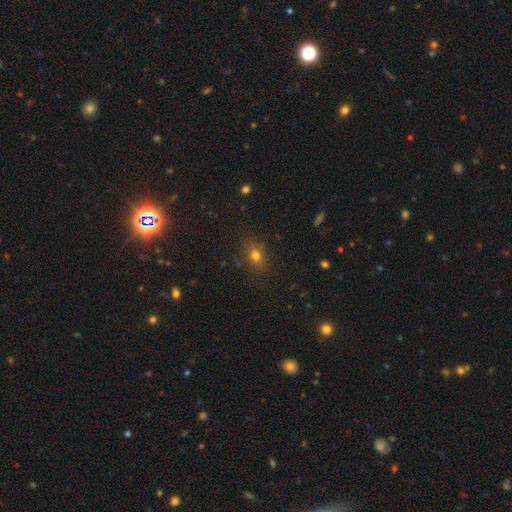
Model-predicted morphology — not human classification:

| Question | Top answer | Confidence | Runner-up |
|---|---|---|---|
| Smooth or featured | smooth | 73% | star or artifact (17%) |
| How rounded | in between | 55% | round (42%) |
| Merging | none | 82% | minor disturbance (13%) |